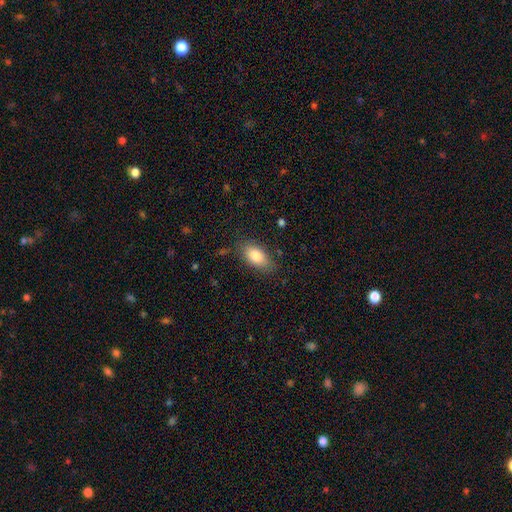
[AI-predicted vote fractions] This is clearly a smooth galaxy (82%). How rounded: clearly in between (90%). Merging: clearly none (80%).